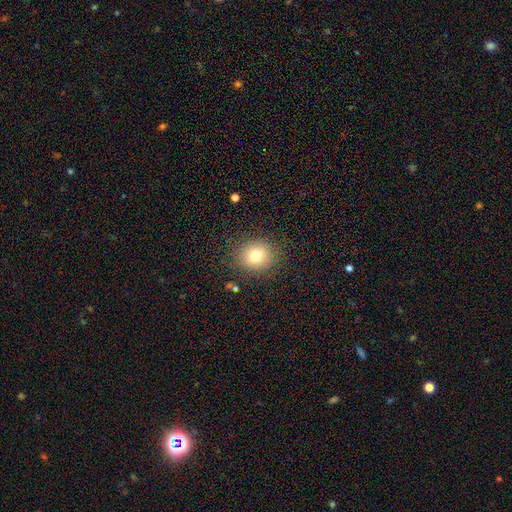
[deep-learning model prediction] Smooth or featured?
  - smooth: 77% *
  - star or artifact: 12%
  - featured or disk: 11%
How rounded?
  - round: 74% *
  - in between: 25%
  - cigar-shaped: 1%
Merging?
  - none: 85% *
  - minor disturbance: 10%
  - major disturbance: 4%
  - merger: 1%